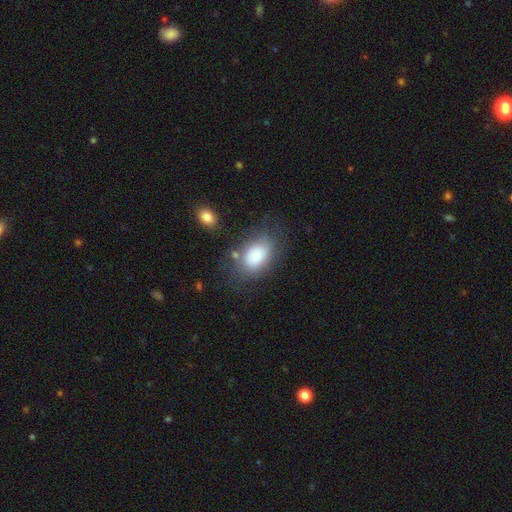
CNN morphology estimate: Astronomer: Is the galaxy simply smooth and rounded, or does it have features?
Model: smooth — 80%.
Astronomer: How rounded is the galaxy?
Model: in between — 85%.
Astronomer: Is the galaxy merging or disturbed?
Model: none — 57%.